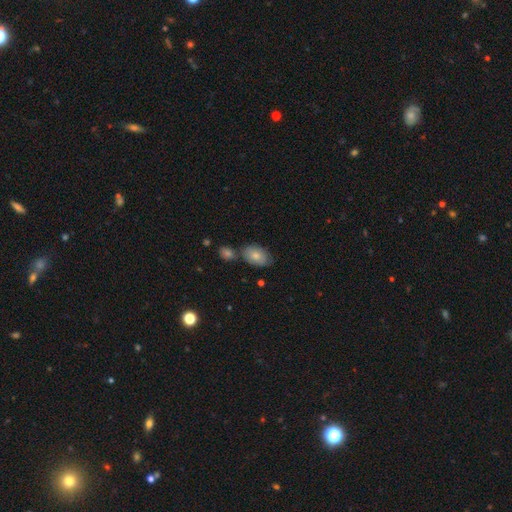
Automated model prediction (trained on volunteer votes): Smooth or featured? Predicted: smooth (p=0.76). How rounded? Predicted: in between (p=0.89). Merging? Predicted: none (p=0.61).